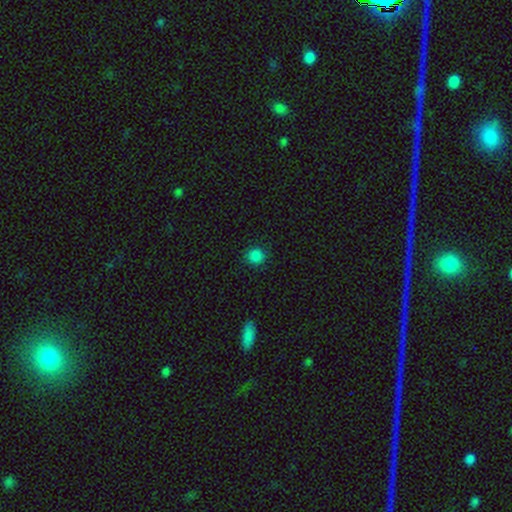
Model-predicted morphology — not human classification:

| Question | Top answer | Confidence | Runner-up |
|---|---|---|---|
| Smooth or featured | smooth | 85% | star or artifact (13%) |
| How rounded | round | 89% | in between (10%) |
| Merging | none | 89% | minor disturbance (7%) |